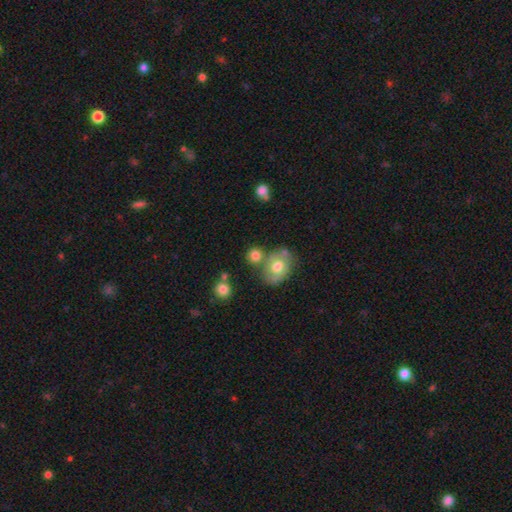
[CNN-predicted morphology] Overall: smooth (74%). How rounded: round (77%). Merging: none (59%; merger 24%).